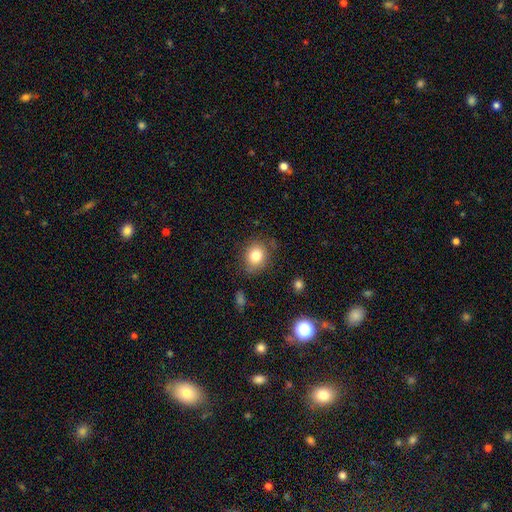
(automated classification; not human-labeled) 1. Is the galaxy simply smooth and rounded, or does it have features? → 81% smooth, 10% star or artifact, 9% featured or disk.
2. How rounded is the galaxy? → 64% round, 35% in between, 1% cigar-shaped.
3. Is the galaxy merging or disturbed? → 79% none, 15% minor disturbance, 4% major disturbance, 2% merger.